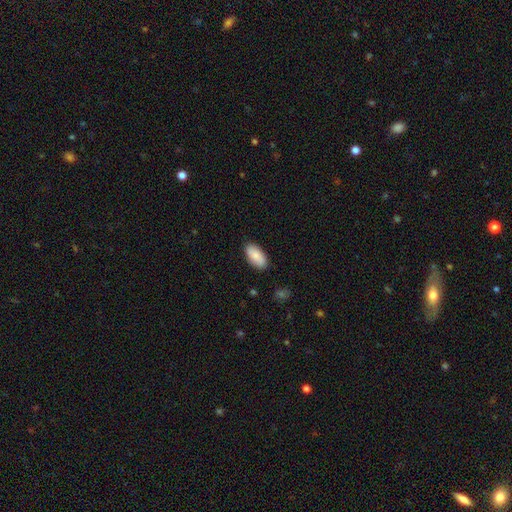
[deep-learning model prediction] Smooth or featured? Predicted: smooth (p=0.85). How rounded? Predicted: in between (p=0.93). Merging? Predicted: none (p=0.86).